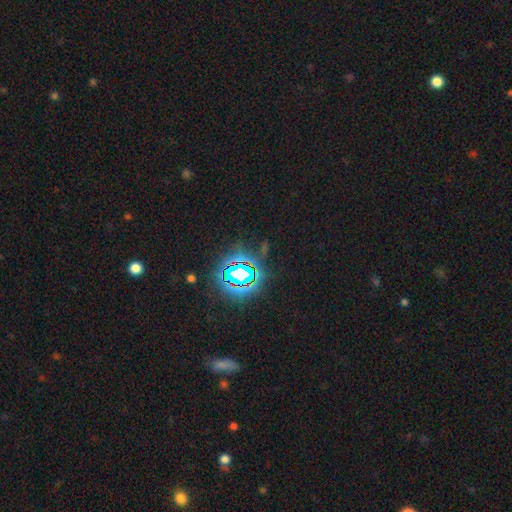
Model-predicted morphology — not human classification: type=star or artifact (81%).